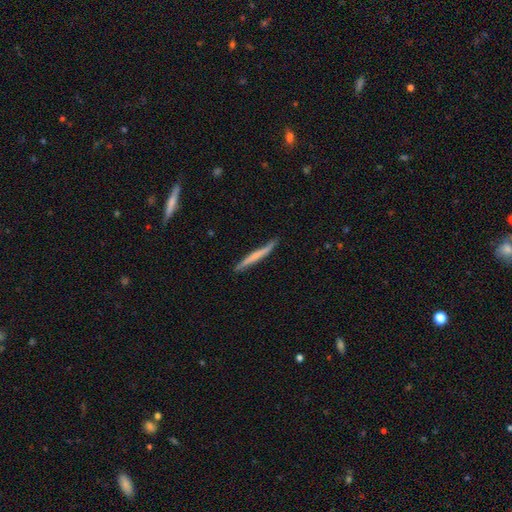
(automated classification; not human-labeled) This is possibly a smooth galaxy (49%). Merging: clearly none (83%).